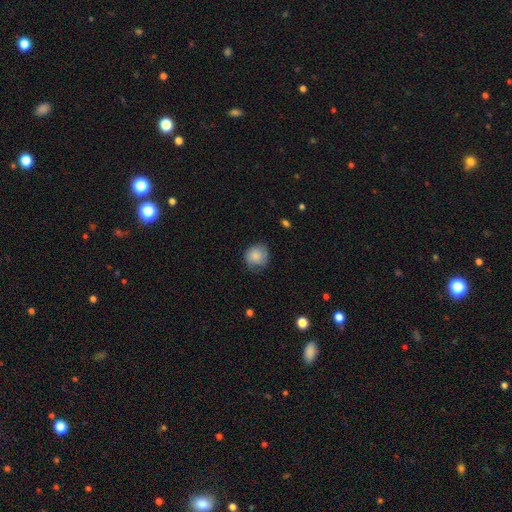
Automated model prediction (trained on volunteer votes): Morphology: type=smooth (76%); roundness=round (84%); merging=none (64%).